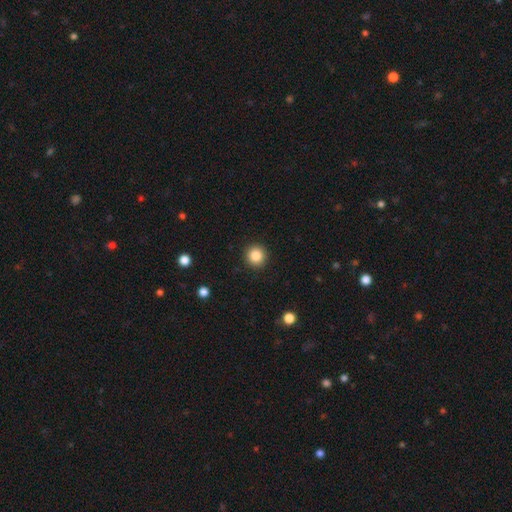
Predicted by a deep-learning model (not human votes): Smooth or featured? smooth (86%)
How rounded? round (95%)
Merging? none (92%)